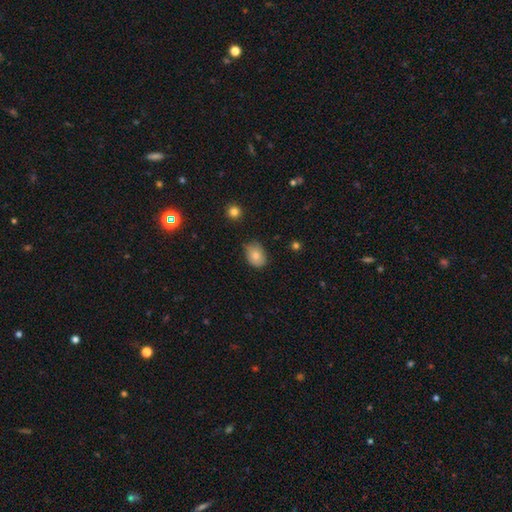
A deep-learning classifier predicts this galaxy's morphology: Smooth or featured? smooth (82%)
How rounded? in between (73%)
Merging? none (67%)